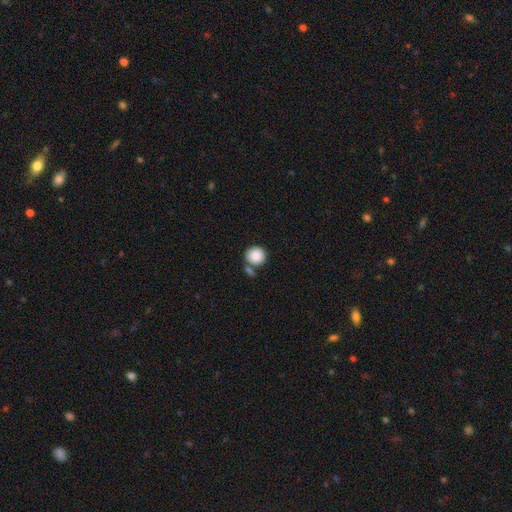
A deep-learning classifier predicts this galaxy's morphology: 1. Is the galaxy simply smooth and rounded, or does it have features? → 87% smooth, 8% star or artifact, 5% featured or disk.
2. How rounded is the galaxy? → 90% round, 9% in between, 1% cigar-shaped.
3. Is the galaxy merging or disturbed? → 66% none, 19% merger, 11% minor disturbance, 4% major disturbance.